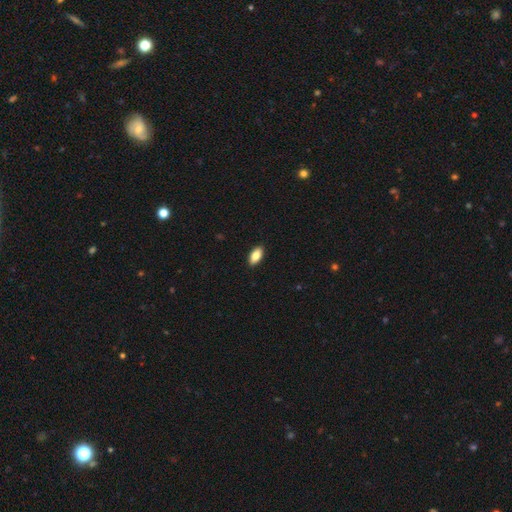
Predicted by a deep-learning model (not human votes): This appears to be a smooth galaxy with no disk features (84%) that is in between round and cigar-shaped (91%). Merging: none (90%).